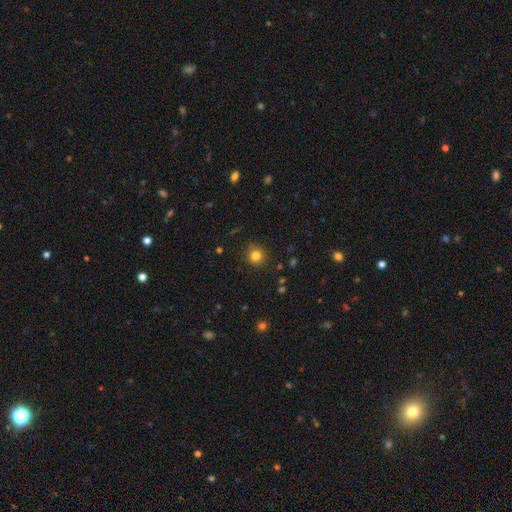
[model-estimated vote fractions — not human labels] smooth 81%, star or artifact 13%, featured or disk 5%. Down the decision tree: how rounded — round (92%); merging — none (90%).